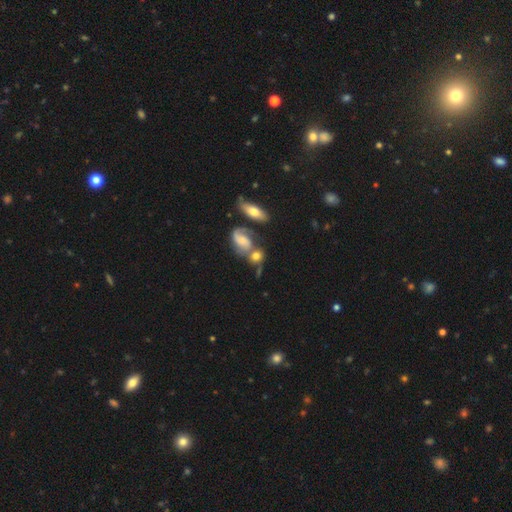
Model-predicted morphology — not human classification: smooth_or_featured: smooth (p=0.47) [alt: featured or disk p=0.41]
merging: merger (p=0.45) [alt: none p=0.34]